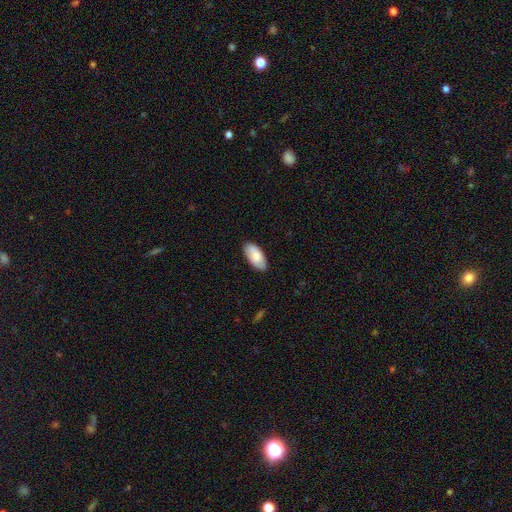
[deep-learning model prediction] Smooth or featured: smooth — 82% (featured or disk — 13%)
How rounded: in between — 94% (cigar-shaped — 5%)
Merging: none — 87% (minor disturbance — 10%)